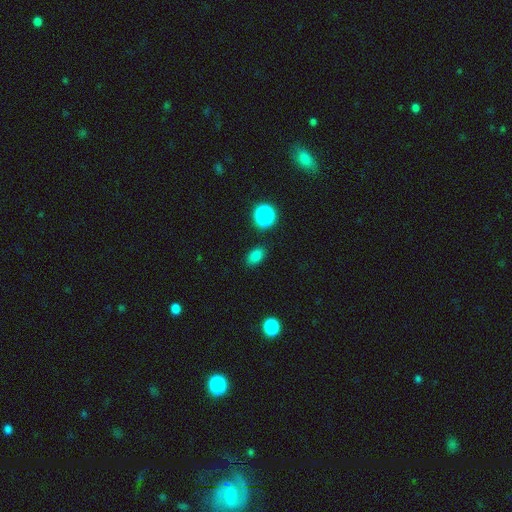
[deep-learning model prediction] Smooth or featured?
  - smooth: 81% *
  - star or artifact: 14%
  - featured or disk: 6%
How rounded?
  - in between: 82% *
  - round: 16%
  - cigar-shaped: 2%
Merging?
  - none: 85% *
  - minor disturbance: 10%
  - major disturbance: 3%
  - merger: 2%